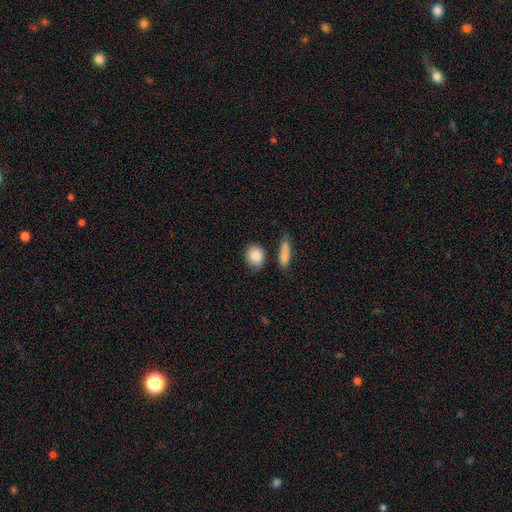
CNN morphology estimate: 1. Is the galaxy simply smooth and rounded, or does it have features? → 89% smooth, 7% star or artifact, 5% featured or disk.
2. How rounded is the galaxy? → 66% round, 31% in between, 3% cigar-shaped.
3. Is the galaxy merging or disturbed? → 74% none, 14% minor disturbance, 8% merger, 4% major disturbance.